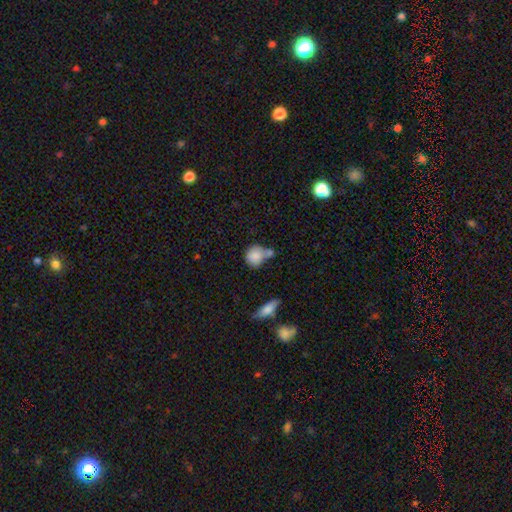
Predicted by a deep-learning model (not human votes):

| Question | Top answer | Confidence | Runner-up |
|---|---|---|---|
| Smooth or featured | smooth | 83% | featured or disk (9%) |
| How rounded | round | 80% | in between (19%) |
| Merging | none | 44% | merger (35%) |